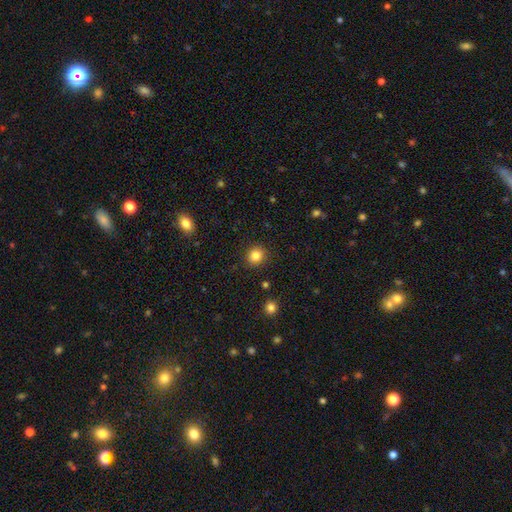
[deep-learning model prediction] smooth-or-featured: smooth: 84% | star or artifact: 11% | featured or disk: 5%
  how-rounded: round: 86% | in between: 13% | cigar-shaped: 1%
  merging: none: 91% | minor disturbance: 6% | major disturbance: 2% | merger: 1%